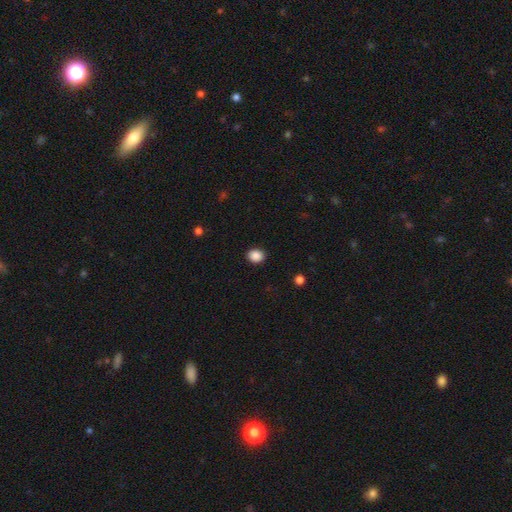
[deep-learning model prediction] A smooth galaxy with no disk features (88%) that is round (65%). Merging: none (91%).